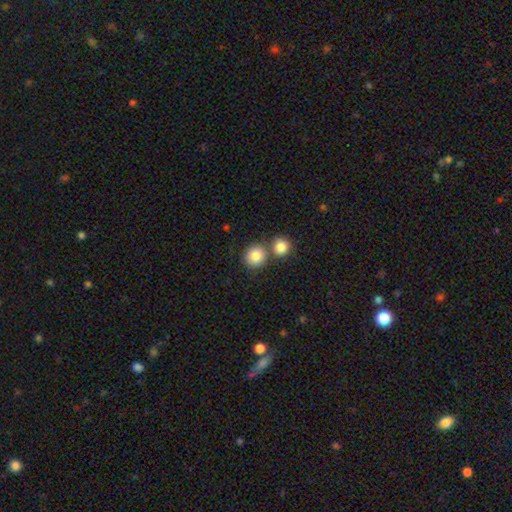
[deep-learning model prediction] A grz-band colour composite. It shows a smooth galaxy with no disk features (85%) that is round (87%). Merging: none (59%).